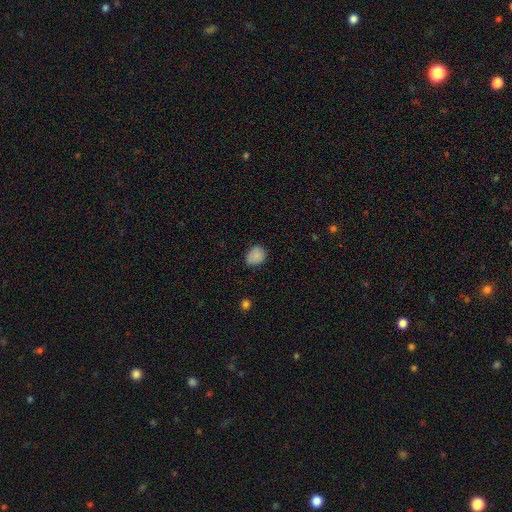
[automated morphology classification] Smooth or featured: smooth — 85% (star or artifact — 10%)
How rounded: round — 53% (in between — 46%)
Merging: none — 72% (minor disturbance — 22%)